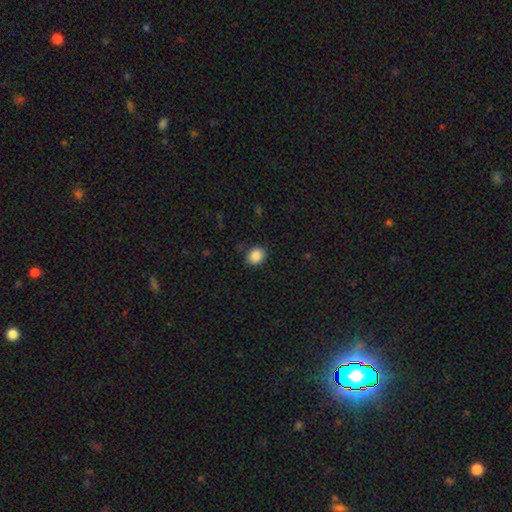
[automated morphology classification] This is clearly a smooth galaxy (88%). How rounded: likely round (68%). Merging: clearly none (84%).